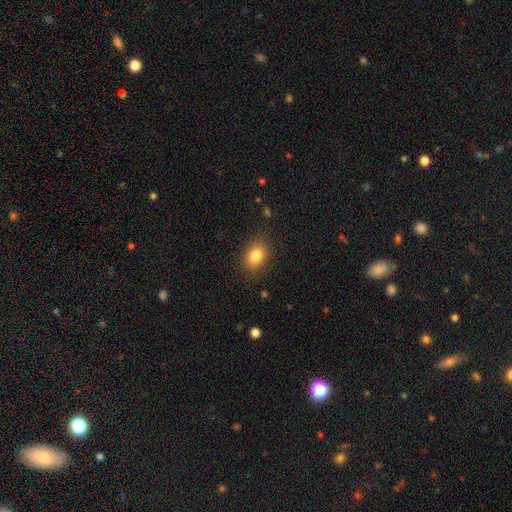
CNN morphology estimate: Q: Smooth or featured?
A: smooth (83%); runner-up: star or artifact (10%)
Q: How rounded?
A: in between (66%); runner-up: round (33%)
Q: Merging?
A: none (85%); runner-up: minor disturbance (11%)